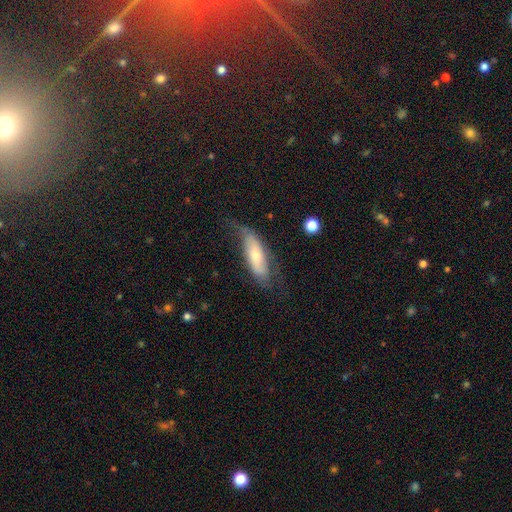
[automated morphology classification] featured or disk 48%, smooth 45%, star or artifact 7%. Down the decision tree: merging — none (50%).